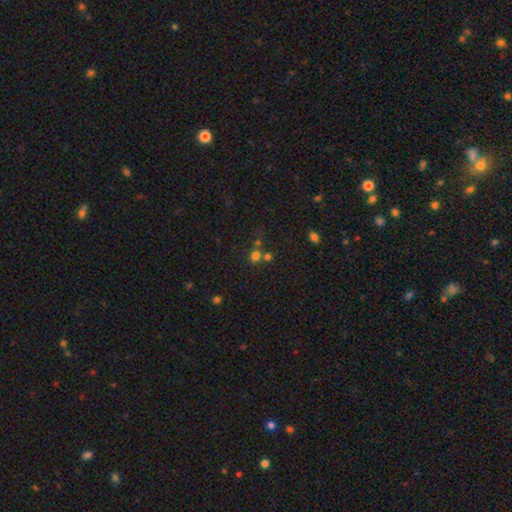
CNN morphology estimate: This is likely a smooth galaxy (66%). How rounded: likely round (71%). Merging: possibly none (49%).